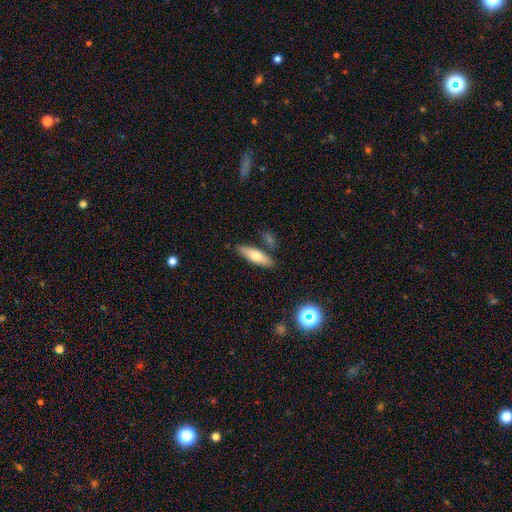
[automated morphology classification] Q: Smooth or featured?
A: smooth (69%); runner-up: featured or disk (24%)
Q: How rounded?
A: cigar-shaped (53%); runner-up: in between (45%)
Q: Merging?
A: none (79%); runner-up: minor disturbance (11%)